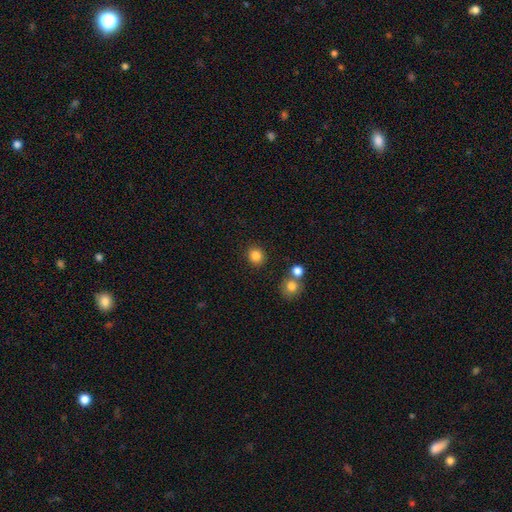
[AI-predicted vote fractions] Overall: smooth (84%). How rounded: round (89%). Merging: none (88%).